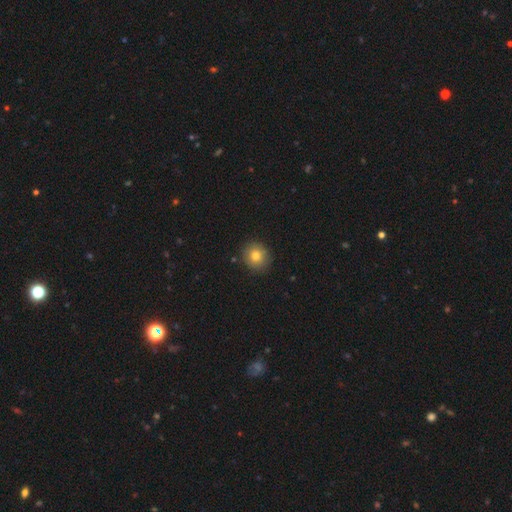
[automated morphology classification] This is likely a smooth galaxy (80%). How rounded: clearly round (86%). Merging: clearly none (87%).